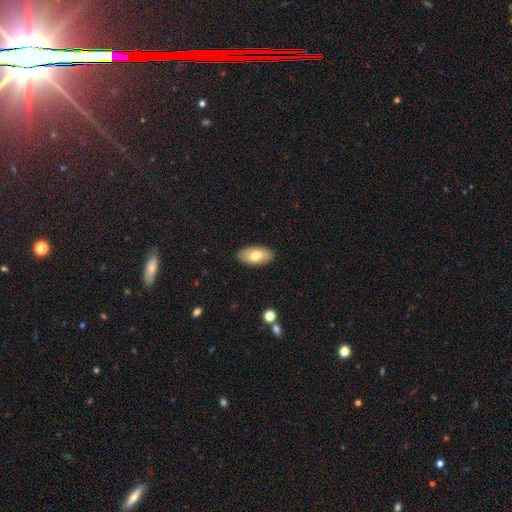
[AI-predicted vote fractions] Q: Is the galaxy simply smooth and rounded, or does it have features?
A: smooth — 74%.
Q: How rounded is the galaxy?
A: in between — 94%.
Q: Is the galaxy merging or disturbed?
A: none — 88%.